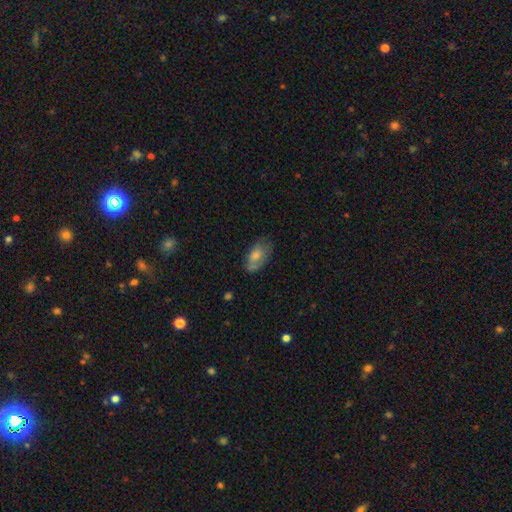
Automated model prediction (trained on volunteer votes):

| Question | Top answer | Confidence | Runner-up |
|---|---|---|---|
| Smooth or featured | smooth | 60% | featured or disk (31%) |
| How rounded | in between | 90% | round (6%) |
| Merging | none | 63% | minor disturbance (27%) |